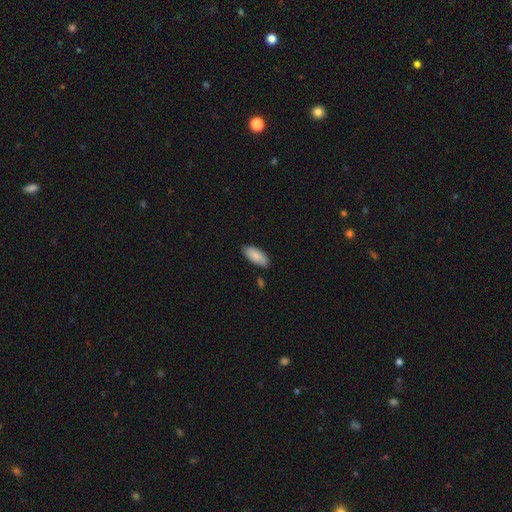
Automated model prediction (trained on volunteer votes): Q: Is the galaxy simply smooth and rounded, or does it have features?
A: smooth — 88%.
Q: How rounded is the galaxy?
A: in between — 86%.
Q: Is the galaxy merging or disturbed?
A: none — 84%.